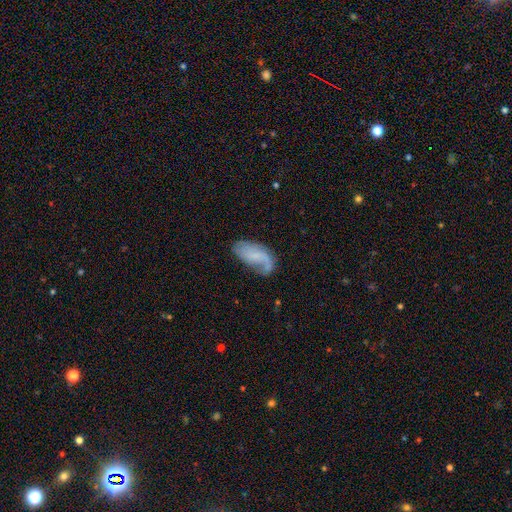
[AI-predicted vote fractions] featured or disk 55%, smooth 37%, star or artifact 8%. Down the decision tree: edge-on disk — no (95%); bar — no (60%); spiral arms — yes (83%); bulge size — none (46%); merging — none (47%).